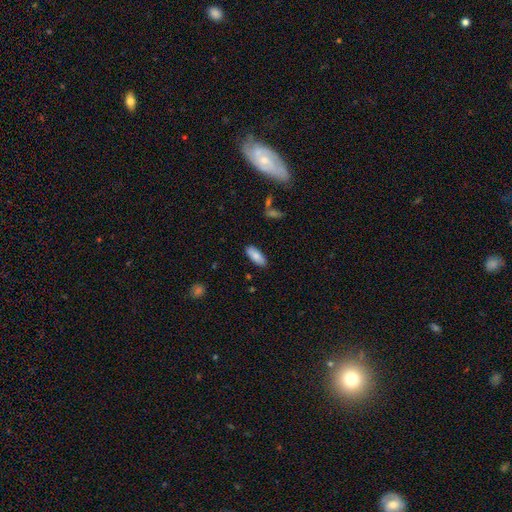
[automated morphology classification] Smooth or featured? Predicted: smooth (p=0.83). How rounded? Predicted: in between (p=0.83). Merging? Predicted: none (p=0.87).